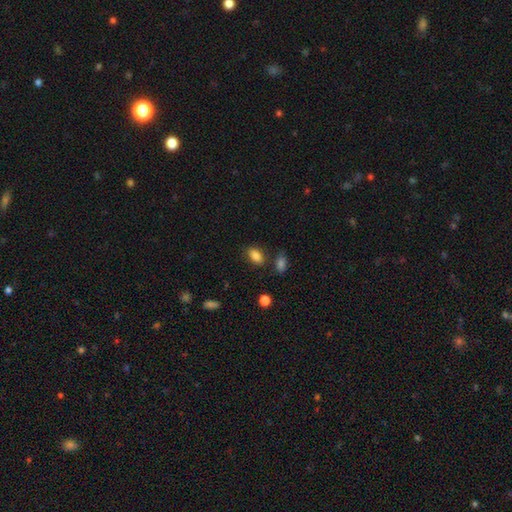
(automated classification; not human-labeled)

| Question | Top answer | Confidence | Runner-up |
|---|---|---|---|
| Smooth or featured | smooth | 86% | star or artifact (9%) |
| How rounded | in between | 89% | round (8%) |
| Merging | none | 77% | minor disturbance (13%) |